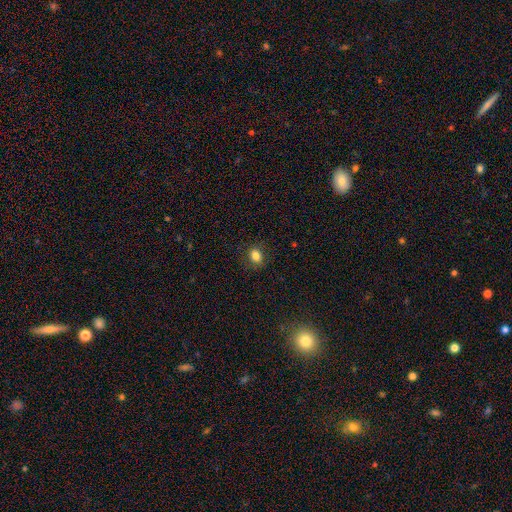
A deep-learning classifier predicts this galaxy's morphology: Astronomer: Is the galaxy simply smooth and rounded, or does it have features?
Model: smooth — 83%.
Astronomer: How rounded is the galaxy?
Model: in between — 55% (runner-up: round, 44%).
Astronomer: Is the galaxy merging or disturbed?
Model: none — 84%.